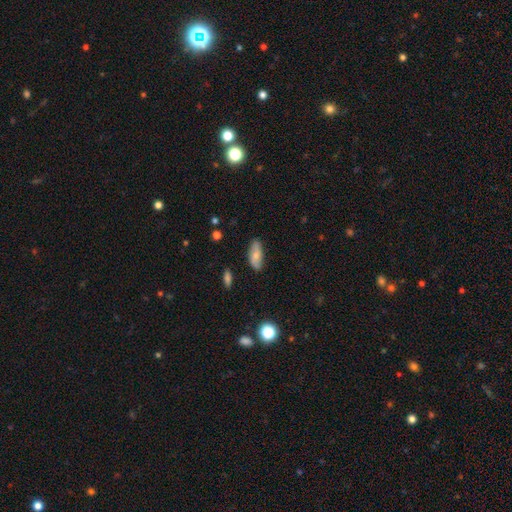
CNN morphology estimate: smooth_or_featured: smooth (p=0.71) [alt: featured or disk p=0.22]
how_rounded: in between (p=0.81) [alt: cigar-shaped p=0.16]
merging: none (p=0.79) [alt: minor disturbance p=0.16]